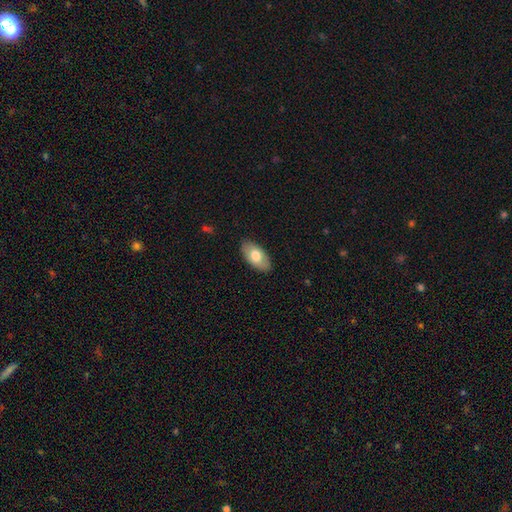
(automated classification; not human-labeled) smooth 72%, featured or disk 23%, star or artifact 5%. Down the decision tree: how rounded — in between (94%); merging — none (86%).